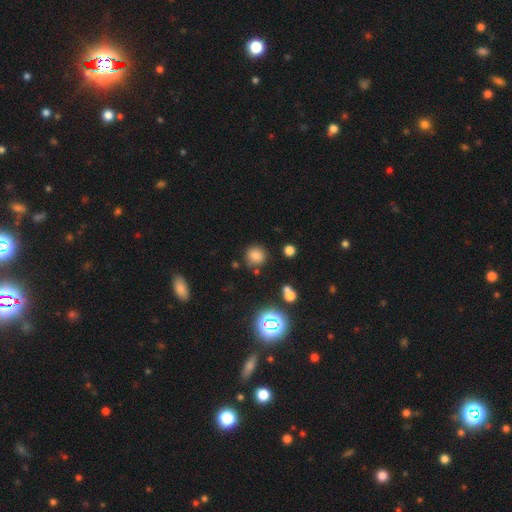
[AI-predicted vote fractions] Overall: smooth (77%). How rounded: round (87%). Merging: none (80%).